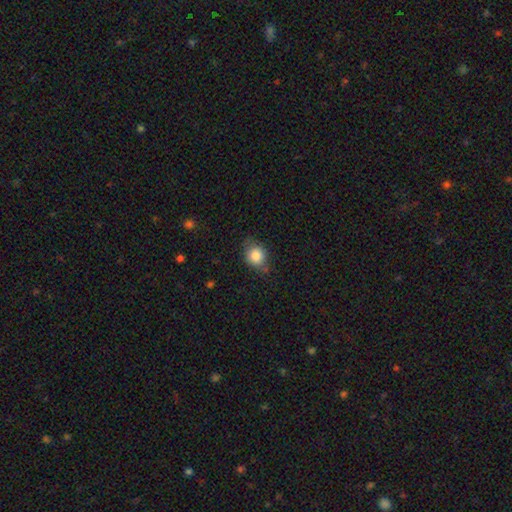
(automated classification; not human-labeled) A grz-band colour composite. It shows a smooth galaxy with no disk features (83%) that is round (69%). Merging: none (66%).